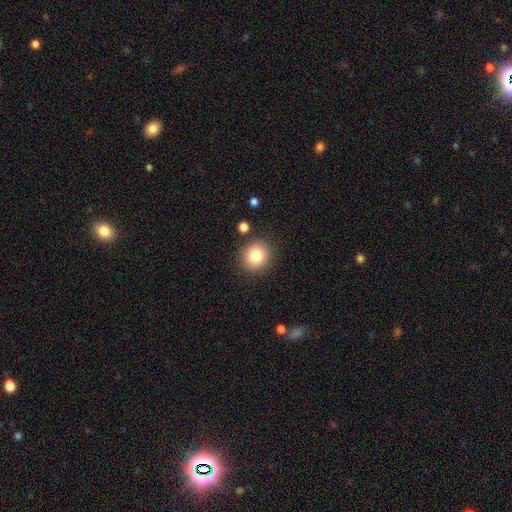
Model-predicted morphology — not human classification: smooth_or_featured: smooth (p=0.81) [alt: star or artifact p=0.11]
how_rounded: round (p=0.88) [alt: in between p=0.11]
merging: none (p=0.86) [alt: minor disturbance p=0.08]